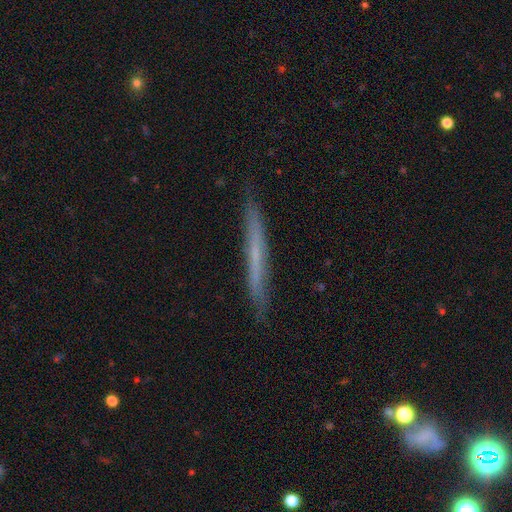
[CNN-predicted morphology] This is possibly a featured or disk galaxy (48%). Merging: clearly none (87%).